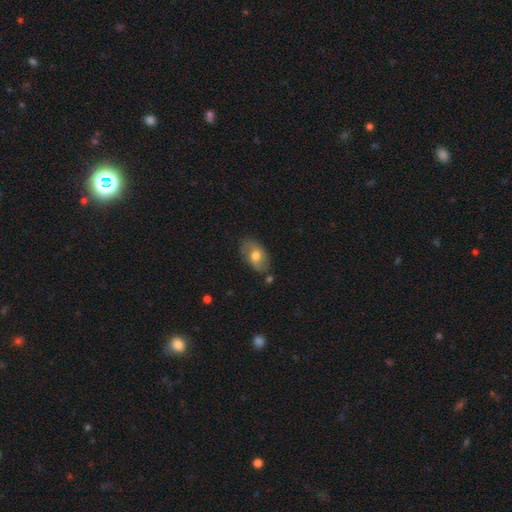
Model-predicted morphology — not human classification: Q: Smooth or featured?
A: smooth (64%); runner-up: featured or disk (28%)
Q: How rounded?
A: in between (88%); runner-up: round (10%)
Q: Merging?
A: none (69%); runner-up: minor disturbance (21%)